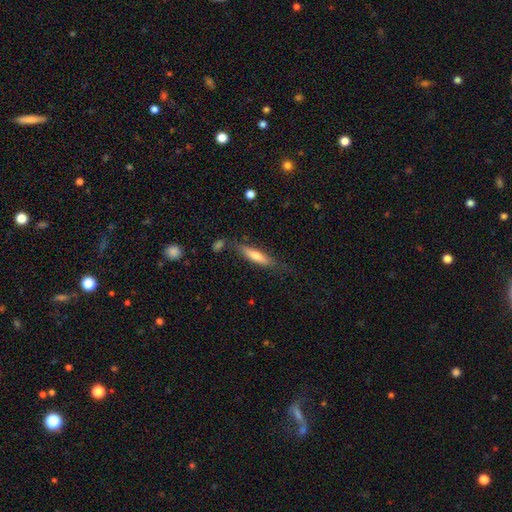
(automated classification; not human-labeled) Morphology: type=smooth (62%); roundness=cigar-shaped (80%); merging=none (72%).